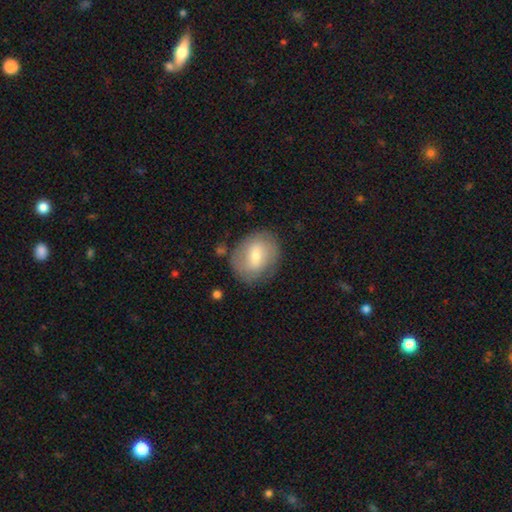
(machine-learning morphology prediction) The model was most divided on "how rounded" (2-way tie): round: 49%, in between: 49%, cigar-shaped: 1%. More confident: merging — none (76%); smooth or featured — smooth (54%).